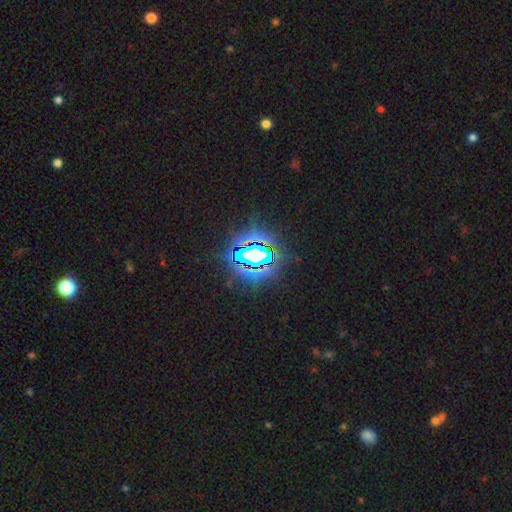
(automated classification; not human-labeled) Morphology: type=star or artifact (85%).